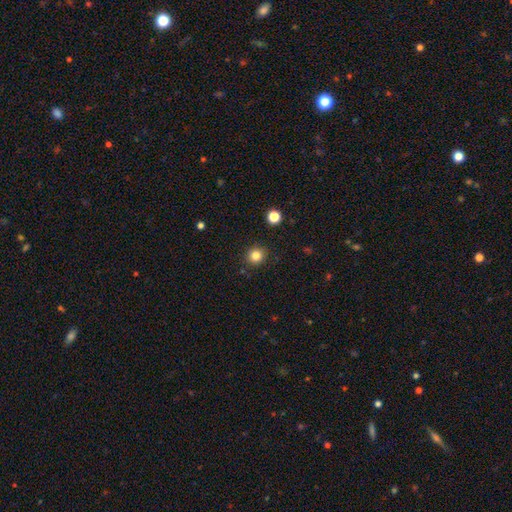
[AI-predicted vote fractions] A smooth galaxy with no disk features (83%) that is round (91%). Merging: none (90%).